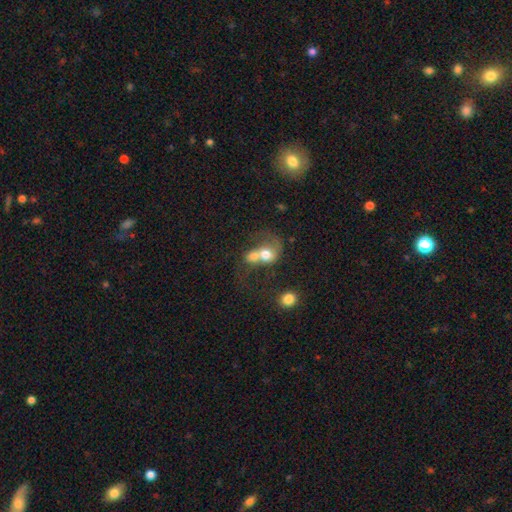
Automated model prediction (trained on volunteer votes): Smooth or featured? Predicted: smooth (p=0.56). How rounded? Predicted: round (p=0.56). Merging? Predicted: merger (p=0.75).